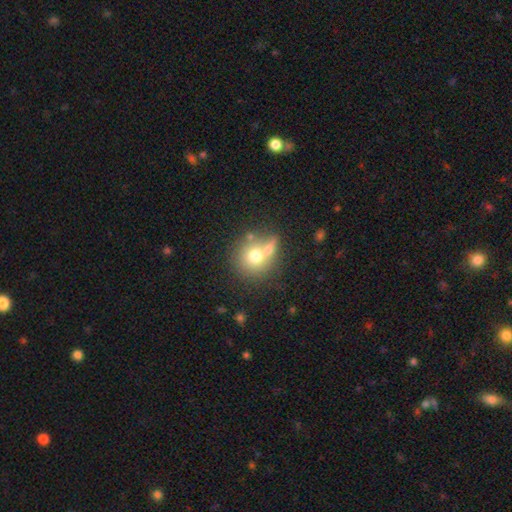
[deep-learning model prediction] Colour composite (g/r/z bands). It shows a smooth galaxy with no disk features (69%) that is round (89%). Merging: none (50%).